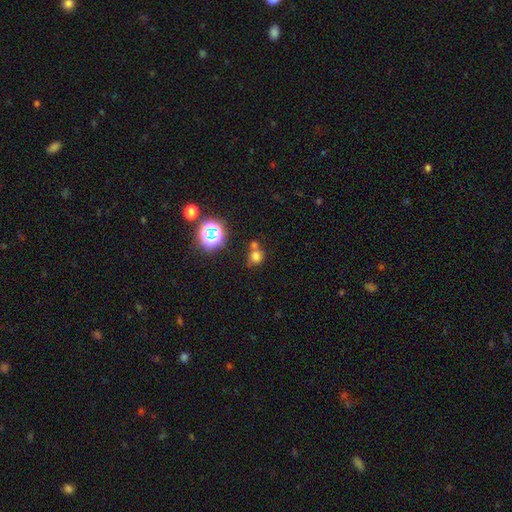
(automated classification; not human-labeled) smooth_or_featured: smooth (p=0.70) [alt: star or artifact p=0.21]
how_rounded: round (p=0.77) [alt: in between p=0.22]
merging: none (p=0.52) [alt: merger p=0.31]